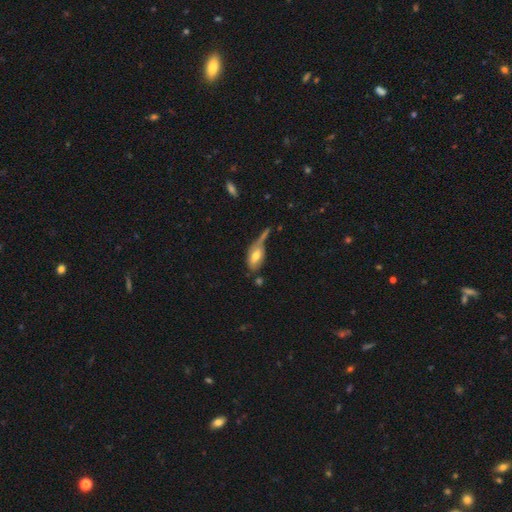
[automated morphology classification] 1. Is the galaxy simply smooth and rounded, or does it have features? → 66% smooth, 27% featured or disk, 7% star or artifact.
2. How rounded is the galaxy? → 89% in between, 6% cigar-shaped, 5% round.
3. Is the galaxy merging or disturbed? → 38% none, 24% merger, 21% minor disturbance, 16% major disturbance.